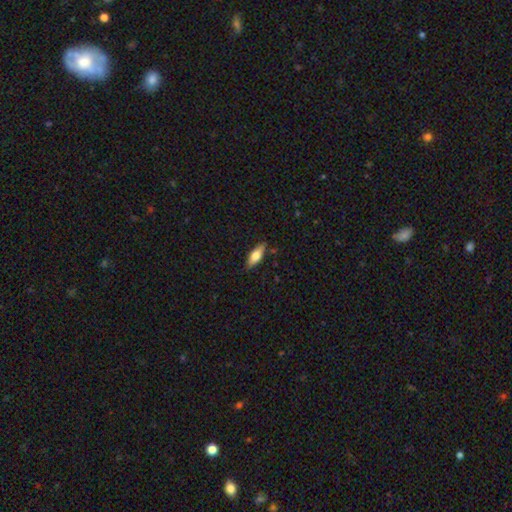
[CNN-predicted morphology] Smooth or featured? Predicted: smooth (p=0.63). How rounded? Predicted: in between (p=0.65). Merging? Predicted: none (p=0.84).